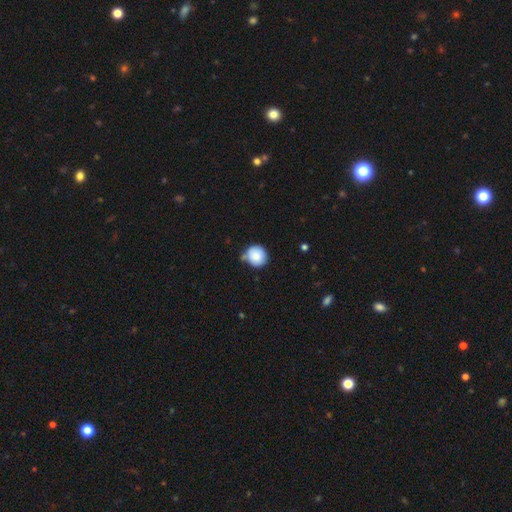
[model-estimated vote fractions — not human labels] This appears to be a smooth galaxy with no disk features (85%) that is round (92%). Merging: none (67%).